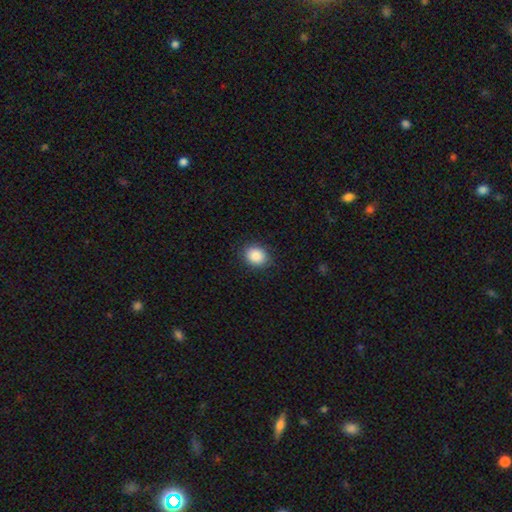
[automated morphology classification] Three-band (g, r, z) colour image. It shows a smooth galaxy with no disk features (88%) that is round (60%). Merging: none (88%).